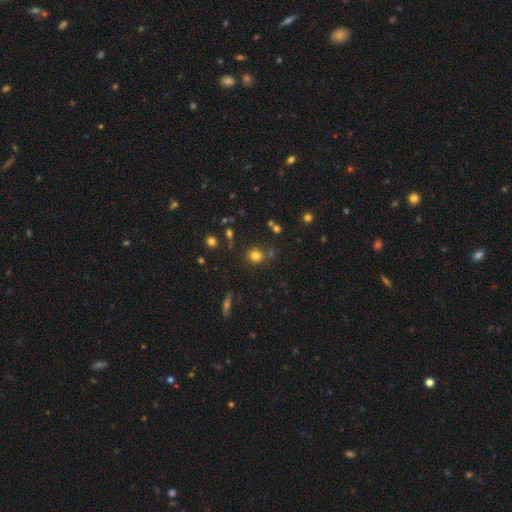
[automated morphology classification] Overall: smooth (75%). How rounded: round (89%). Merging: none (76%).